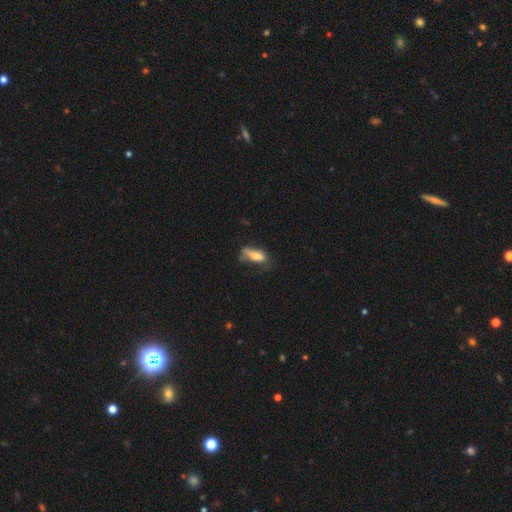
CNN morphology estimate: This appears to be a smooth galaxy with no disk features (71%) that is in between round and cigar-shaped (72%). Merging: none (36%).